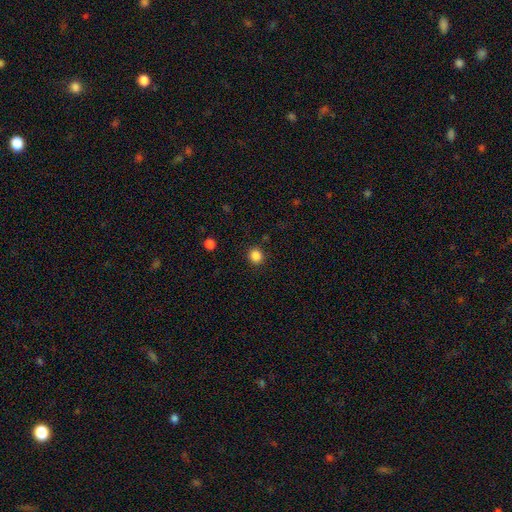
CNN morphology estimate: Q: Smooth or featured?
A: smooth (86%); runner-up: star or artifact (11%)
Q: How rounded?
A: round (85%); runner-up: in between (14%)
Q: Merging?
A: none (90%); runner-up: minor disturbance (7%)